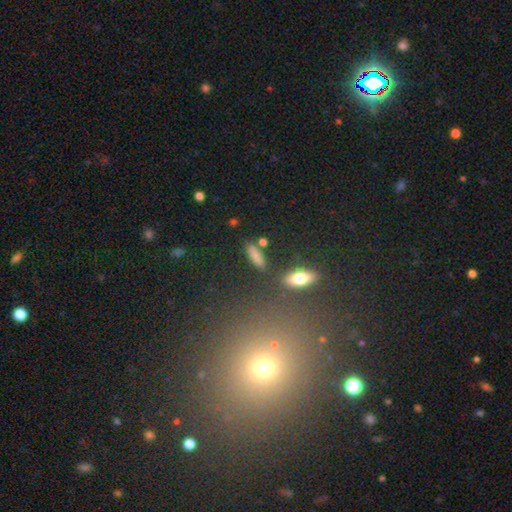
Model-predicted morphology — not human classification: Overall: smooth (80%). How rounded: cigar-shaped (60%; in between 36%). Merging: none (78%).